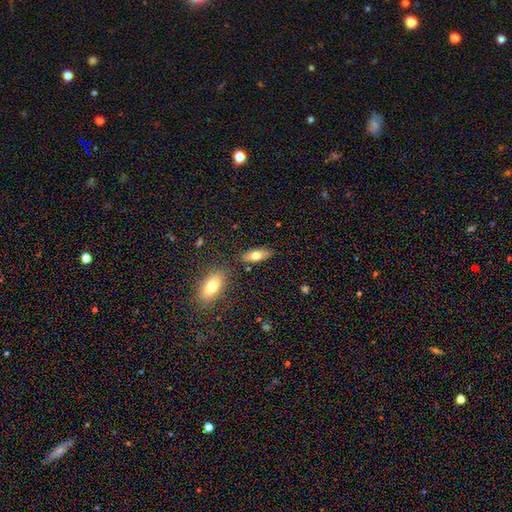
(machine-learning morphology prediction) smooth 70%, featured or disk 23%, star or artifact 7%. Down the decision tree: how rounded — in between (75%); merging — none (81%).